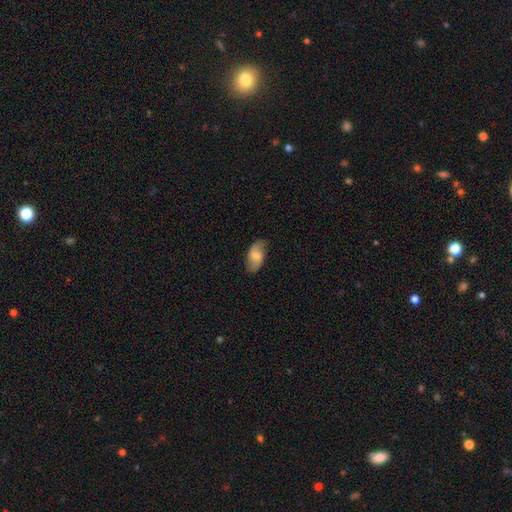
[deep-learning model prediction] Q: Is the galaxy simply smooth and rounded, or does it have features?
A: featured or disk — 48%.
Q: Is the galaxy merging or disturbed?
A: none — 79%.